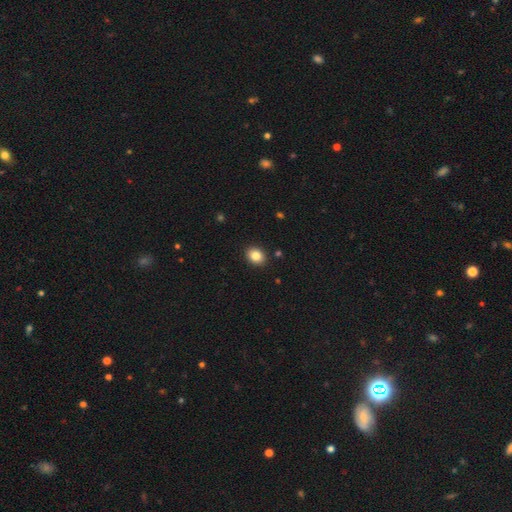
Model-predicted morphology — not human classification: type=smooth (84%); roundness=in between (55%); merging=none (91%).